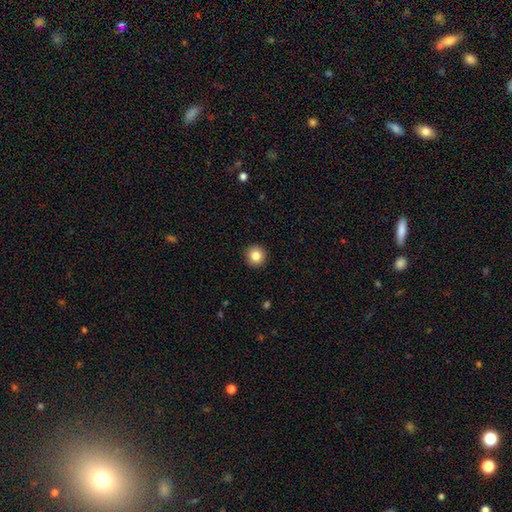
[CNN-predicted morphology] This appears to be a smooth galaxy with no disk features (84%) that is round (95%). Merging: none (93%).